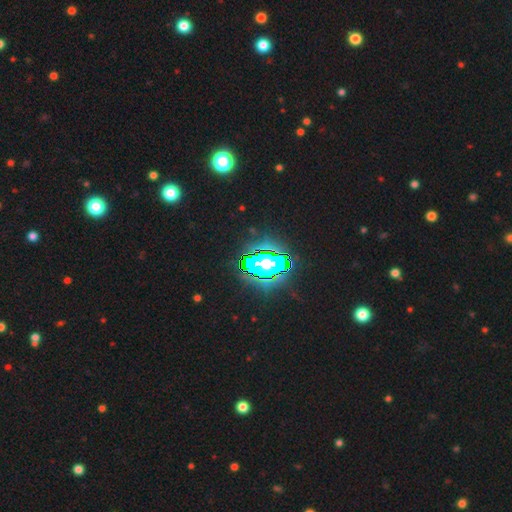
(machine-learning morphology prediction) A star or artifact, not a galaxy (84%).